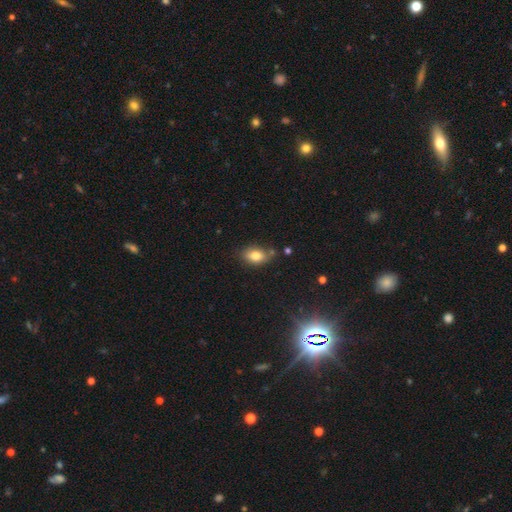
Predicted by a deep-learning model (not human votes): Smooth or featured? smooth (80%)
How rounded? in between (84%)
Merging? none (68%)